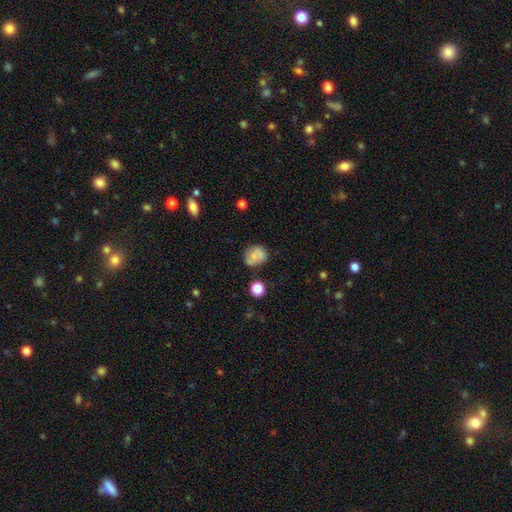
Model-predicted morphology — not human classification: This appears to be a smooth galaxy with no disk features (72%) that is round (64%). Merging: none (64%).